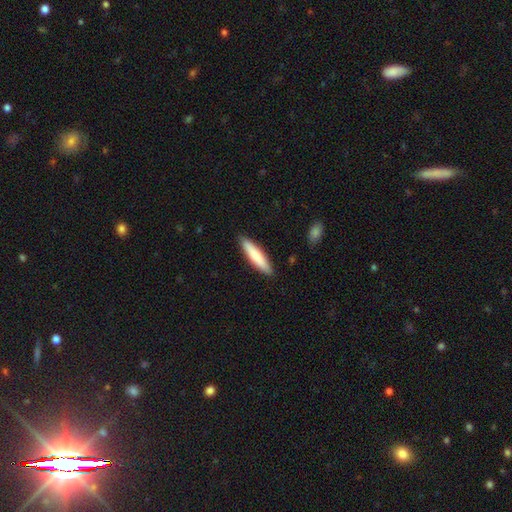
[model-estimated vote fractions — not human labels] smooth 76%, featured or disk 19%, star or artifact 5%. Down the decision tree: how rounded — cigar-shaped (82%); merging — none (89%).